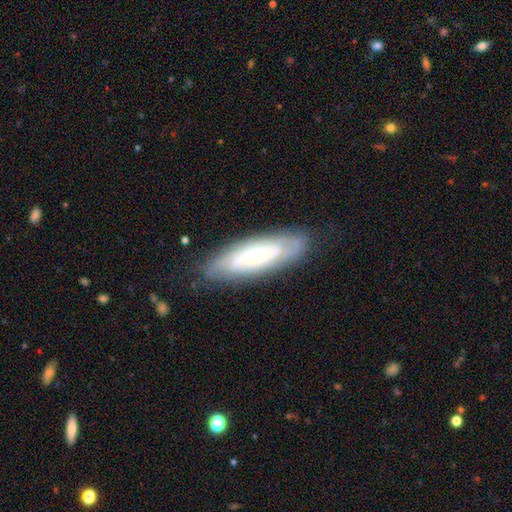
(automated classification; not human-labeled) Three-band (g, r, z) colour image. It shows a featured or disk galaxy (63%). Merging: none (79%).